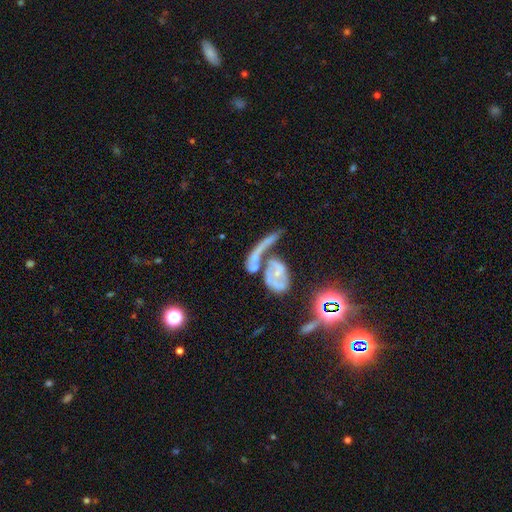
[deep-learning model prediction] Smooth or featured? Predicted: featured or disk (p=0.57). Edge-on disk? Predicted: no (p=0.83). Merging? Predicted: merger (p=0.49).